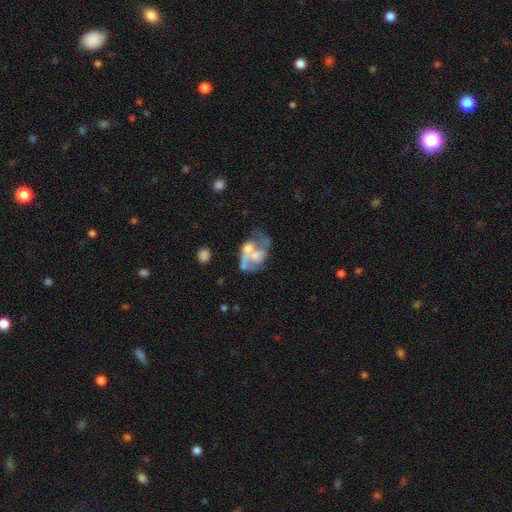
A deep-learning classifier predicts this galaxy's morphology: A featured or disk galaxy (63%) with no bar (79%), no spiral arms (61%) and no central bulge (32%, tied with moderate). Merging: merger (40%).